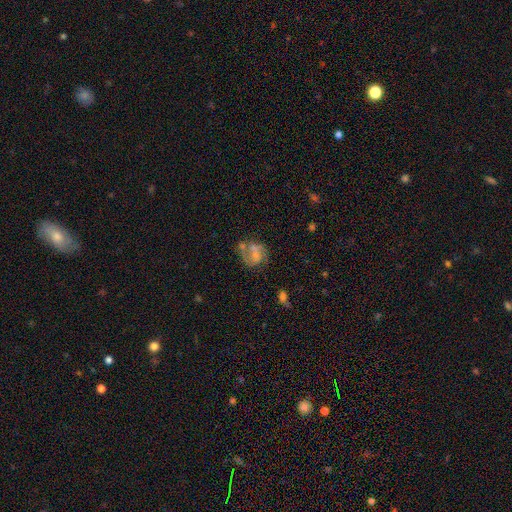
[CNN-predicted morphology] smooth-or-featured: featured or disk: 55% | smooth: 31% | star or artifact: 14%
  disk-edge-on: no: 98% | yes: 2%
    bar: no: 62% | weak: 30% | strong: 8%
    has-spiral-arms: yes: 64% | no: 36%
    bulge-size: small: 40% | moderate: 29% | none: 26% | large: 4% | dominant: 2%
  merging: none: 45% | merger: 19% | minor disturbance: 19% | major disturbance: 16%